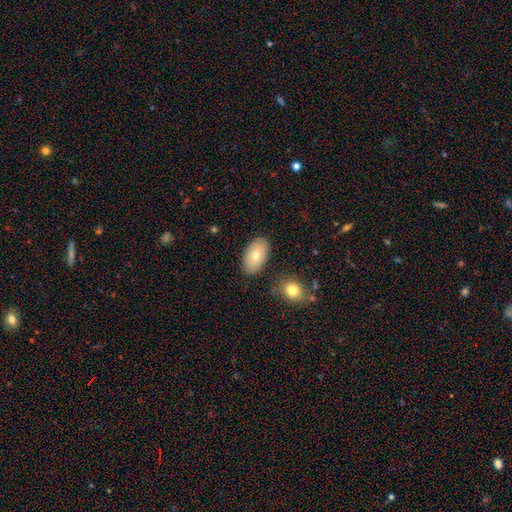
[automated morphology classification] Smooth or featured? Predicted: smooth (p=0.72). How rounded? Predicted: in between (p=0.94). Merging? Predicted: none (p=0.83).